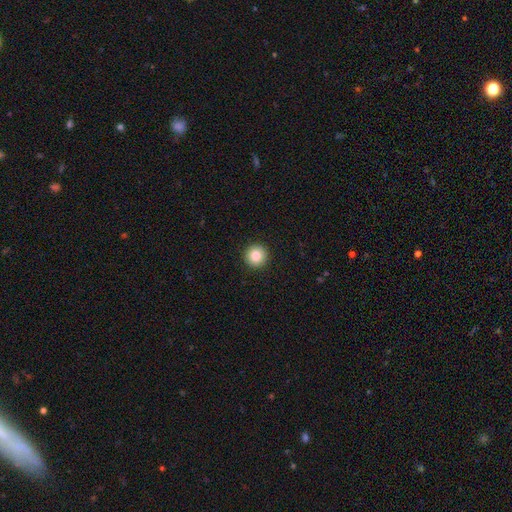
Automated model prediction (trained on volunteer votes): smooth-or-featured: smooth: 85% | star or artifact: 10% | featured or disk: 6%
  how-rounded: round: 96% | in between: 3% | cigar-shaped: 1%
  merging: none: 93% | minor disturbance: 4% | major disturbance: 1% | merger: 1%